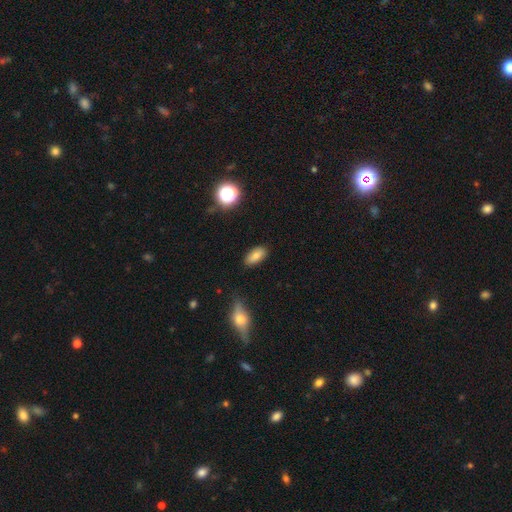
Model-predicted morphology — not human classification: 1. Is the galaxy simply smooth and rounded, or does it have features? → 81% smooth, 10% star or artifact, 9% featured or disk.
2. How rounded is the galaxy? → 89% in between, 7% cigar-shaped, 4% round.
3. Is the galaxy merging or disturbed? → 84% none, 11% minor disturbance, 2% major disturbance, 2% merger.